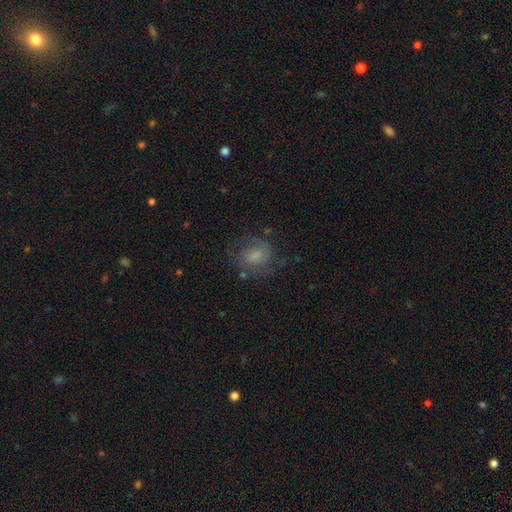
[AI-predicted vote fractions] This appears to be a featured or disk galaxy (45%). Merging: none (59%).